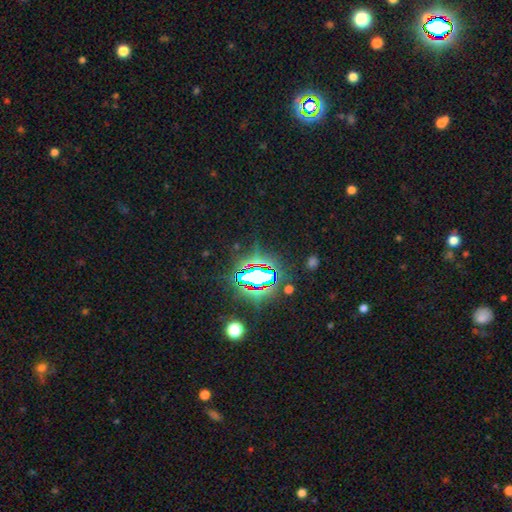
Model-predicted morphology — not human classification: star or artifact 84%, smooth 9%, featured or disk 7%.